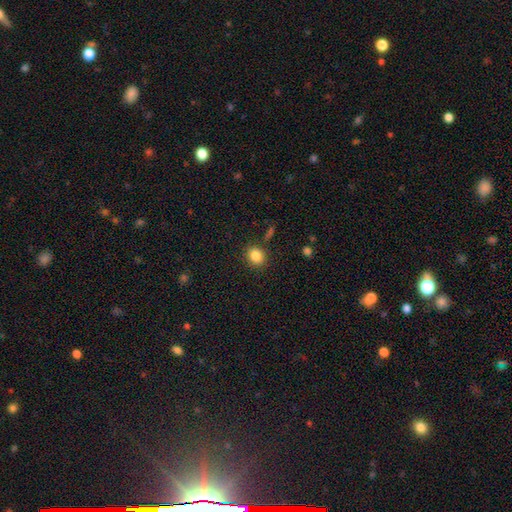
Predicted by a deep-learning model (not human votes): Overall: smooth (86%). How rounded: round (61%; in between 38%). Merging: none (84%).